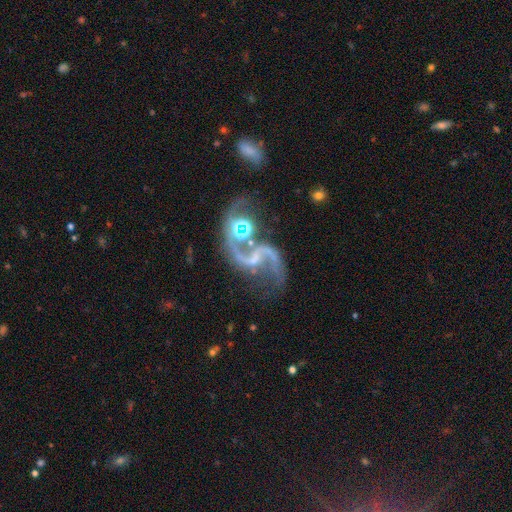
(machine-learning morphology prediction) featured or disk 89%, star or artifact 7%, smooth 4%. Down the decision tree: edge-on disk — no (98%); bar — weak (43%); spiral arms — yes (96%); spiral arm count — 2 (93%); spiral winding — loose (75%); bulge size — small (54%); merging — none (45%).